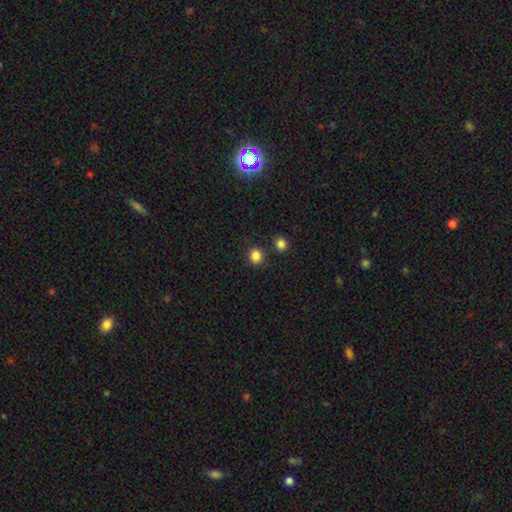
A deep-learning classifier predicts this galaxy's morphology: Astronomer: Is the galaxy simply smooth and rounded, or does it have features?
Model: smooth — 85%.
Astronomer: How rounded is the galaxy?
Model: round — 81%.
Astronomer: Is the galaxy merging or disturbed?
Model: none — 84%.